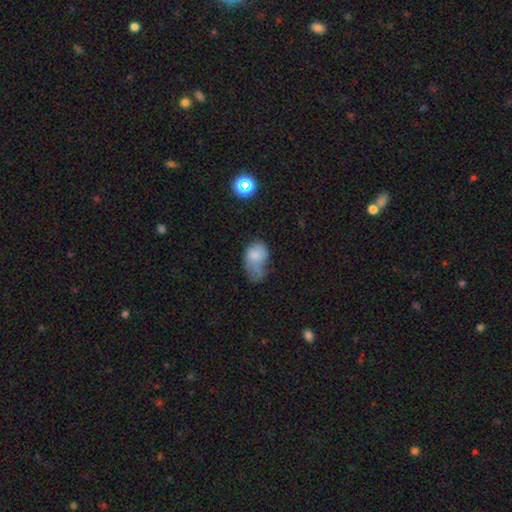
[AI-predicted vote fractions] Smooth or featured: smooth — 68% (featured or disk — 22%)
How rounded: in between — 82% (round — 17%)
Merging: major disturbance — 39% (minor disturbance — 36%)